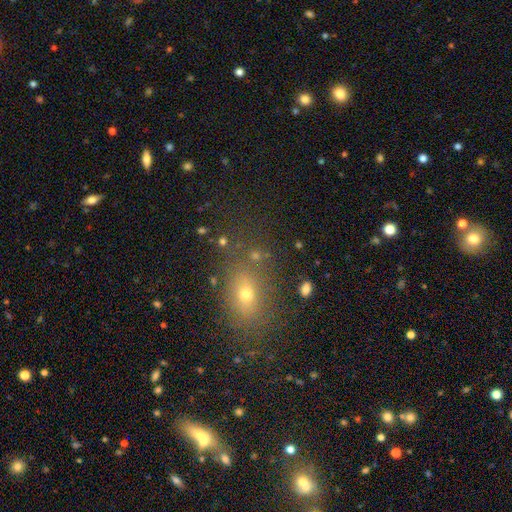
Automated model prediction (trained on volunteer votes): The model was most divided on "how rounded": in between: 60%, round: 35%, cigar-shaped: 5%. More confident: merging — none (69%); smooth or featured — smooth (62%).